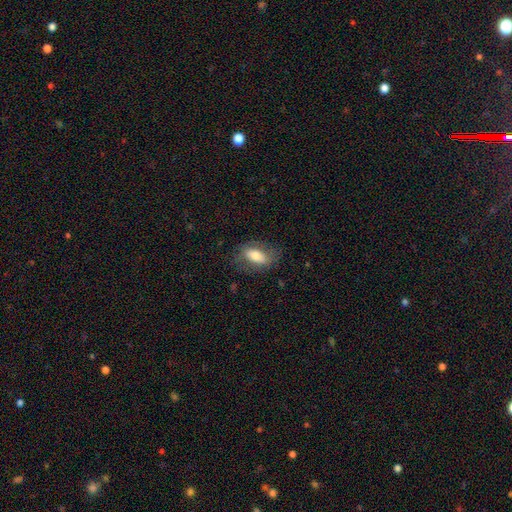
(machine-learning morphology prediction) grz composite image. It shows a smooth galaxy with no disk features (65%) that is in between round and cigar-shaped (85%). Merging: none (71%).